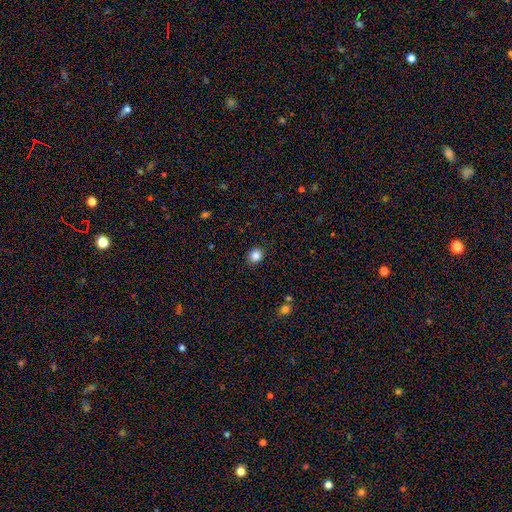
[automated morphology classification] Smooth or featured? smooth (85%)
How rounded? round (71%)
Merging? none (89%)